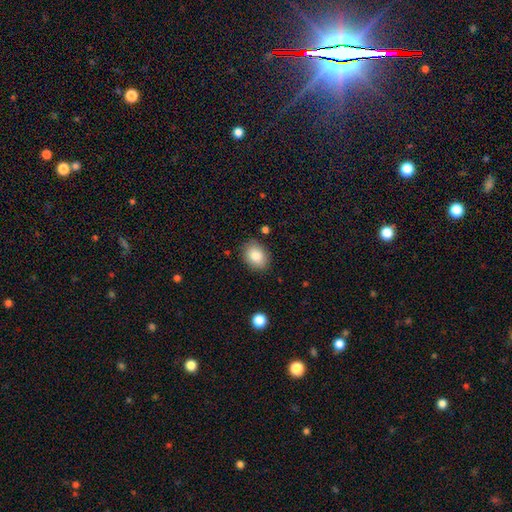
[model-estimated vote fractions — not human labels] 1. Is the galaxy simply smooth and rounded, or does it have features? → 85% smooth, 8% star or artifact, 8% featured or disk.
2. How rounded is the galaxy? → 68% in between, 31% round, 1% cigar-shaped.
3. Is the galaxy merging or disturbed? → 84% none, 11% minor disturbance, 3% major disturbance, 2% merger.